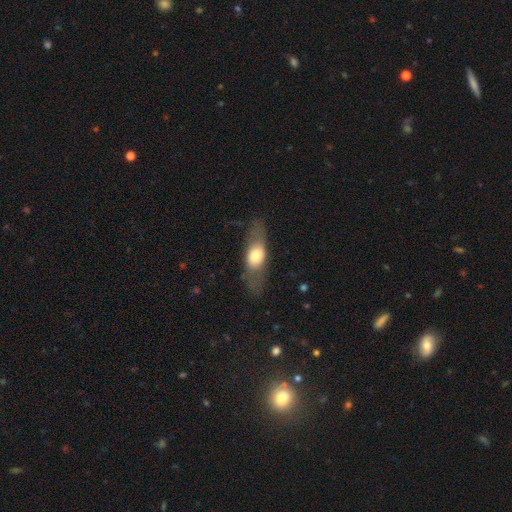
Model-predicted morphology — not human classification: Smooth or featured? smooth (56%)
How rounded? in between (60%)
Merging? none (68%)